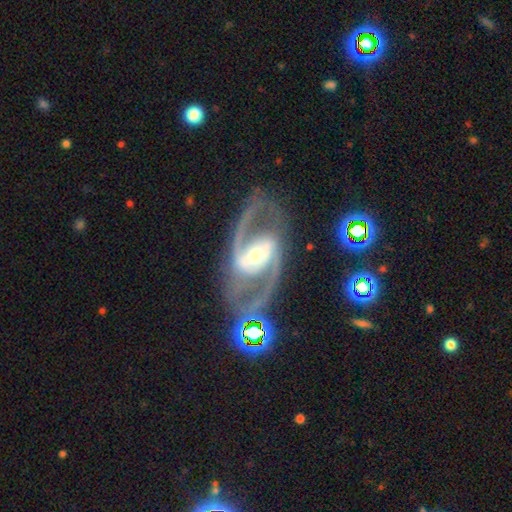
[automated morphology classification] Overall: featured or disk (90%). Edge-on disk: no (96%). Bar: strong (48%; weak 34%). Spiral arms: yes (97%). Spiral arm count: 2 (92%). Spiral winding: medium (60%; tight 21%). Bulge size: small (47%; moderate 44%). Merging: none (73%).